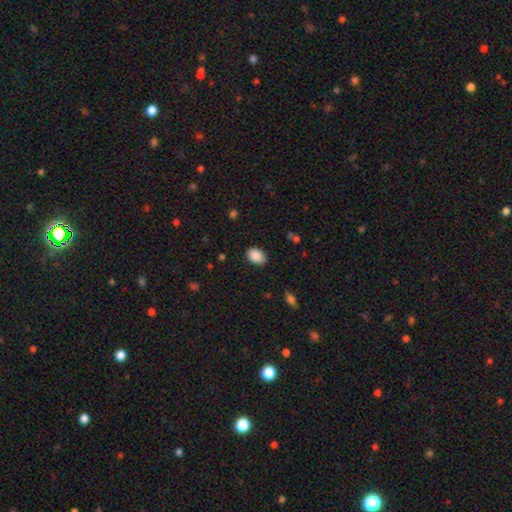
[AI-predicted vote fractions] The model was most divided on "how rounded": in between: 83%, round: 16%, cigar-shaped: 1%. More confident: smooth or featured — smooth (89%); merging — none (83%).